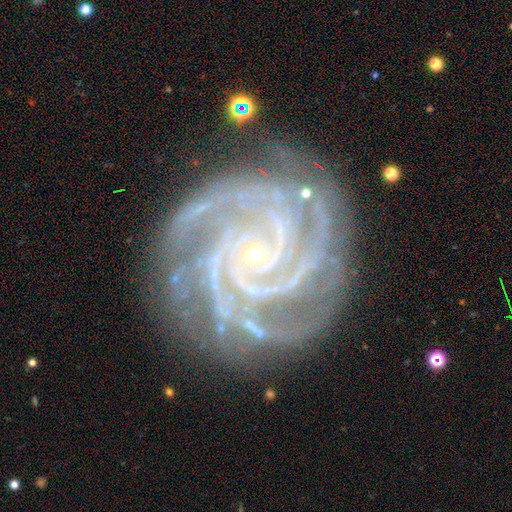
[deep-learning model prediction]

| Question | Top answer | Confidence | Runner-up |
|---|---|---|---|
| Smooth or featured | featured or disk | 93% | star or artifact (5%) |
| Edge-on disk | no | 98% | yes (2%) |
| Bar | no | 68% | weak (20%) |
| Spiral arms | yes | 99% | no (1%) |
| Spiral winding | tight | 79% | medium (19%) |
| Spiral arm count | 4 | 32% | 3 (26%) |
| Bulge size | small | 89% | moderate (6%) |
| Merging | none | 79% | minor disturbance (15%) |